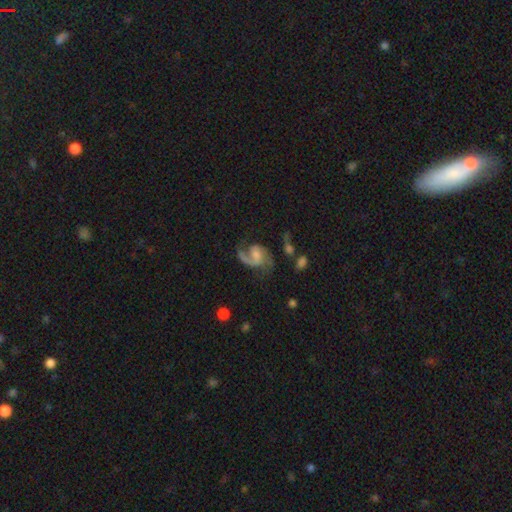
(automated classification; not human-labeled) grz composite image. It shows a featured or disk galaxy (84%) with no bar (47%), 2 (62%) medium (49%) spiral arms (96%) and a small central bulge (41%). Merging: none (50%).